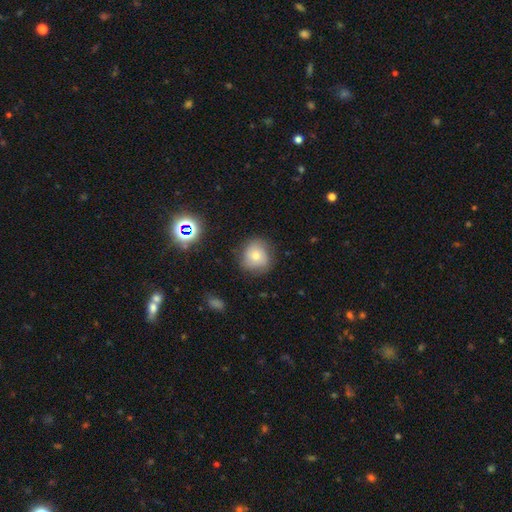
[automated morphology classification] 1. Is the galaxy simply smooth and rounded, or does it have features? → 68% smooth, 20% featured or disk, 13% star or artifact.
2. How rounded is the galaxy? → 86% round, 13% in between, 1% cigar-shaped.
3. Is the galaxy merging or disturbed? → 78% none, 16% minor disturbance, 5% major disturbance, 2% merger.